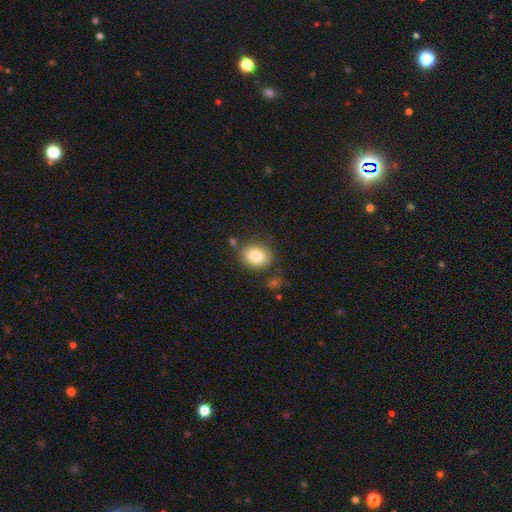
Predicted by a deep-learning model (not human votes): Smooth or featured: smooth — 83% (featured or disk — 9%)
How rounded: round — 50% (in between — 49%)
Merging: none — 78% (minor disturbance — 13%)